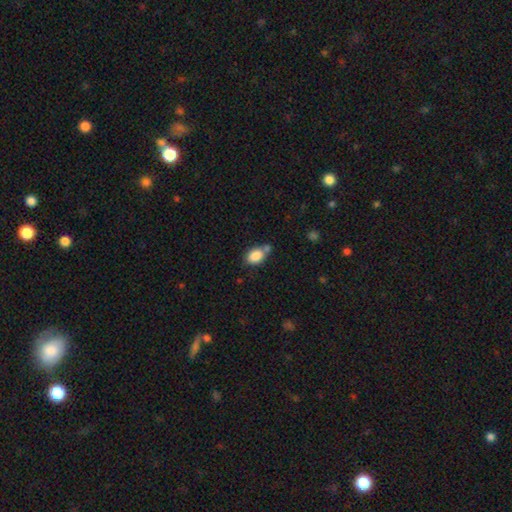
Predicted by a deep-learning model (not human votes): This appears to be a smooth galaxy with no disk features (86%) that is in between round and cigar-shaped (81%). Merging: none (55%).